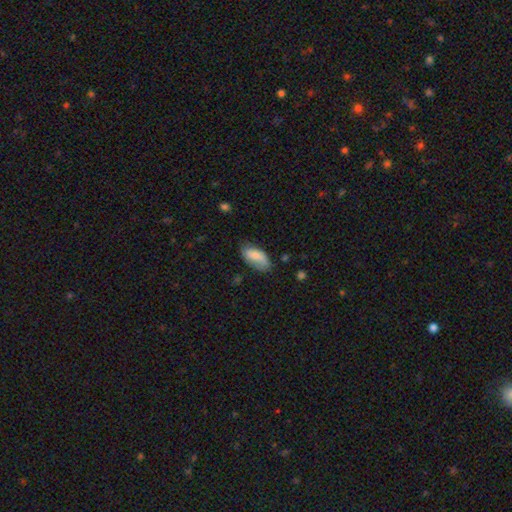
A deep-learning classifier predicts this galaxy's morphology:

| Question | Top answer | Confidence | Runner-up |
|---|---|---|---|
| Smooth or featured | smooth | 80% | featured or disk (13%) |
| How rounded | in between | 92% | cigar-shaped (6%) |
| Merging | none | 63% | minor disturbance (28%) |